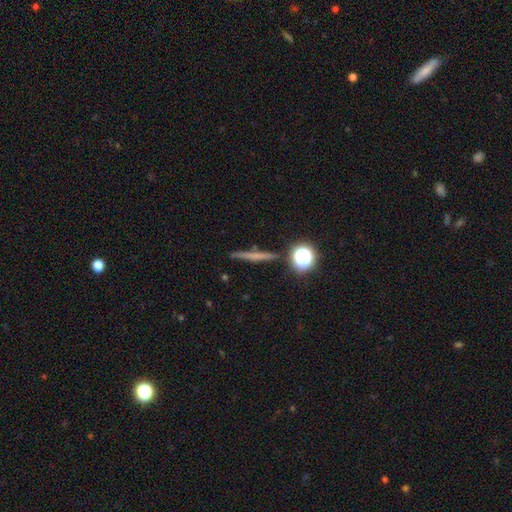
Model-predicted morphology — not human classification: The model was most divided on "smooth or featured": smooth: 49%, featured or disk: 38%, star or artifact: 13%. More confident: merging — none (87%).